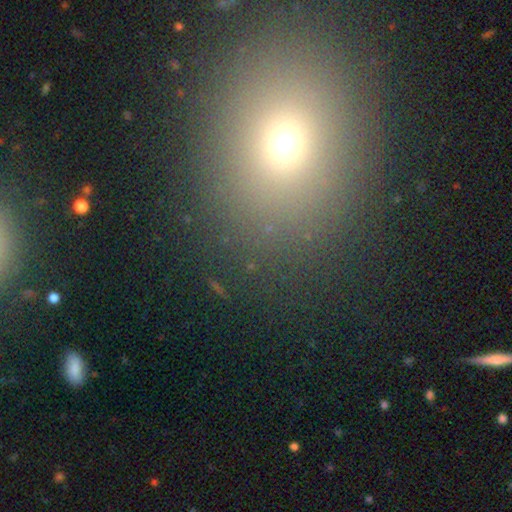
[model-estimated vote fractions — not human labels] smooth_or_featured: smooth (p=0.62) [alt: star or artifact p=0.28]
how_rounded: round (p=0.59) [alt: in between p=0.39]
merging: none (p=0.85) [alt: minor disturbance p=0.07]